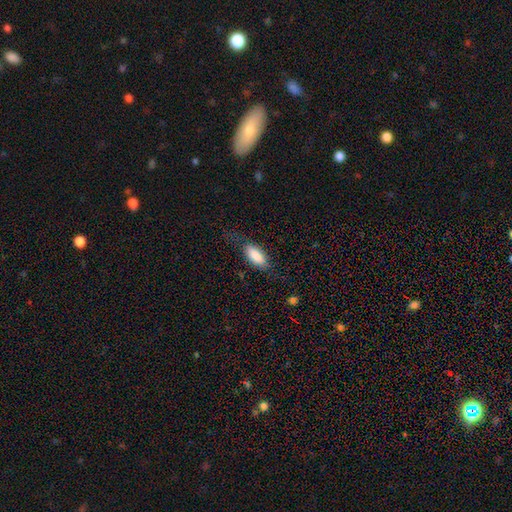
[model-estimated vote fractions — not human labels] A smooth galaxy with no disk features (84%) that is in between round and cigar-shaped (83%). Merging: none (70%).